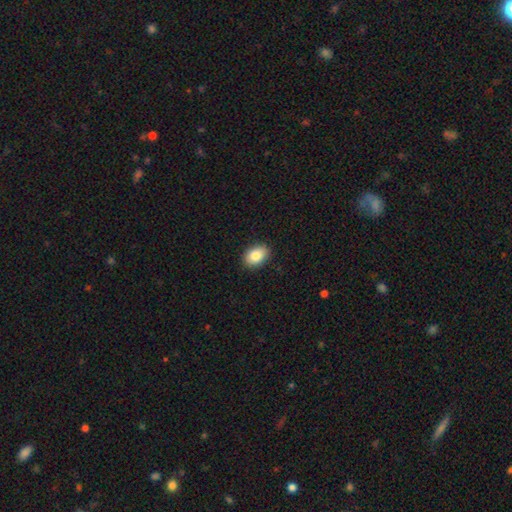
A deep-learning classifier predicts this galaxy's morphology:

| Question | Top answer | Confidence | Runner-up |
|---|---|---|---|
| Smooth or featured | smooth | 86% | star or artifact (8%) |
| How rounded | in between | 83% | round (15%) |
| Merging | none | 89% | minor disturbance (8%) |